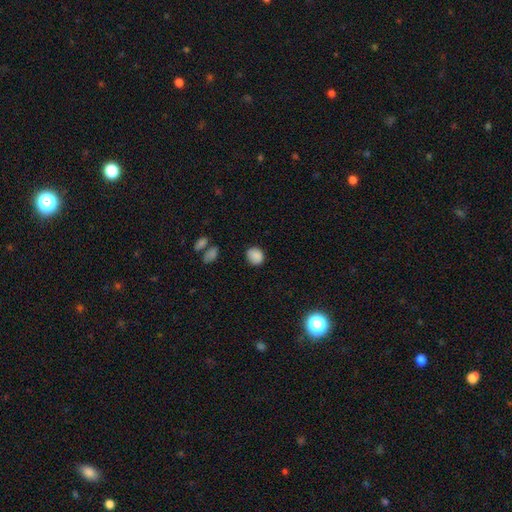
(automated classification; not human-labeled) Q: Smooth or featured?
A: smooth (86%); runner-up: star or artifact (10%)
Q: How rounded?
A: round (68%); runner-up: in between (31%)
Q: Merging?
A: none (83%); runner-up: minor disturbance (12%)